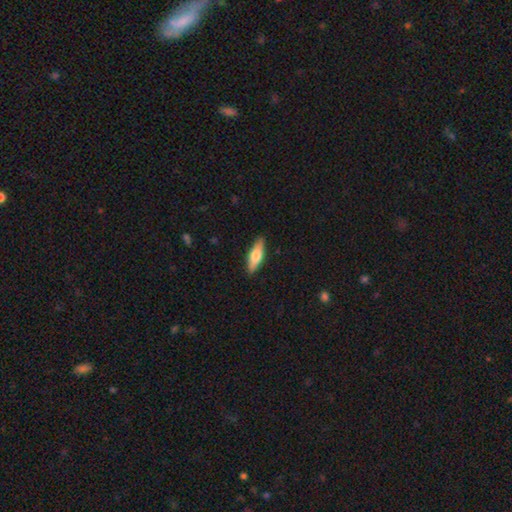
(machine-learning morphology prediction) smooth-or-featured: smooth: 61% | featured or disk: 33% | star or artifact: 6%
  how-rounded: cigar-shaped: 50% | in between: 48% | round: 2%
  merging: none: 89% | minor disturbance: 8% | major disturbance: 2% | merger: 1%